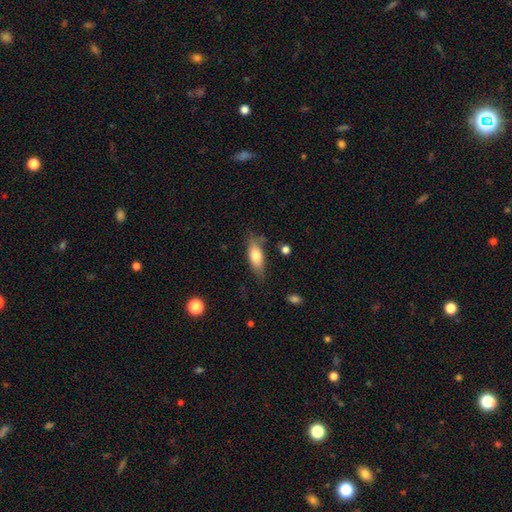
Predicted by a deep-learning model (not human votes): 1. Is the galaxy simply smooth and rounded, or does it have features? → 71% smooth, 22% featured or disk, 7% star or artifact.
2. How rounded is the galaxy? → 70% in between, 27% cigar-shaped, 3% round.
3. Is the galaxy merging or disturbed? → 70% none, 22% minor disturbance, 5% major disturbance, 4% merger.